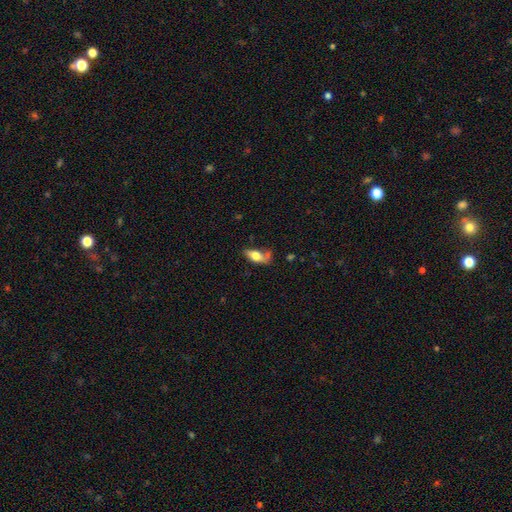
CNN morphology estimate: Smooth or featured? smooth (67%)
How rounded? in between (80%)
Merging? none (50%)